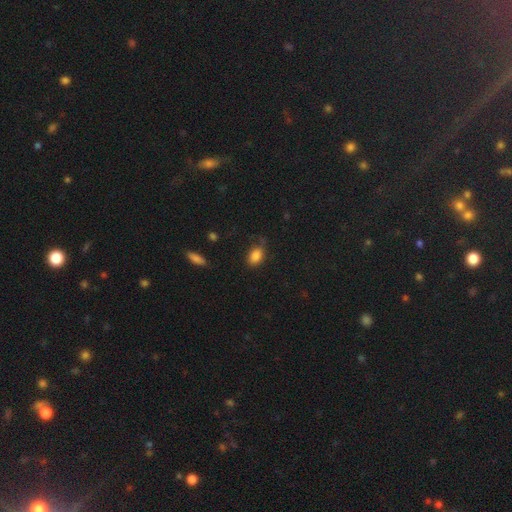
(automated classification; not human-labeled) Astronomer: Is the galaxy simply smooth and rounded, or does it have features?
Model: smooth — 85%.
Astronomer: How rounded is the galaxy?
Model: in between — 86%.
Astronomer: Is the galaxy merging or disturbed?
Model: none — 68%.